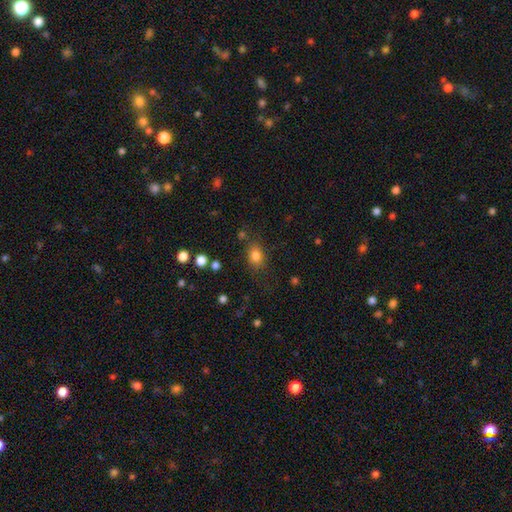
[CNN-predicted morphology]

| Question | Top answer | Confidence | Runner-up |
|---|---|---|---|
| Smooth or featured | smooth | 81% | star or artifact (12%) |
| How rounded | in between | 66% | round (33%) |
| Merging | none | 74% | minor disturbance (16%) |